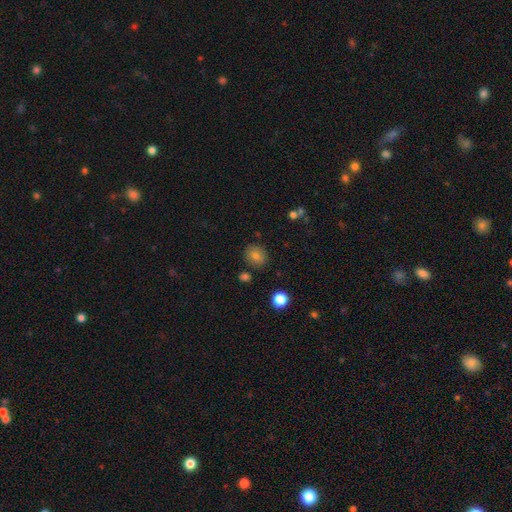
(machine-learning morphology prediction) A smooth galaxy with no disk features (78%) that is round (77%). Merging: none (84%).